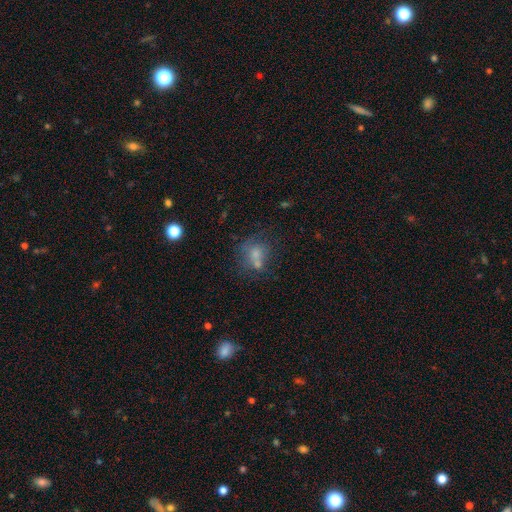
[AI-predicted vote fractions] smooth_or_featured: smooth (p=0.62) [alt: featured or disk p=0.23]
how_rounded: round (p=0.59) [alt: in between p=0.40]
merging: none (p=0.37) [alt: merger p=0.36]